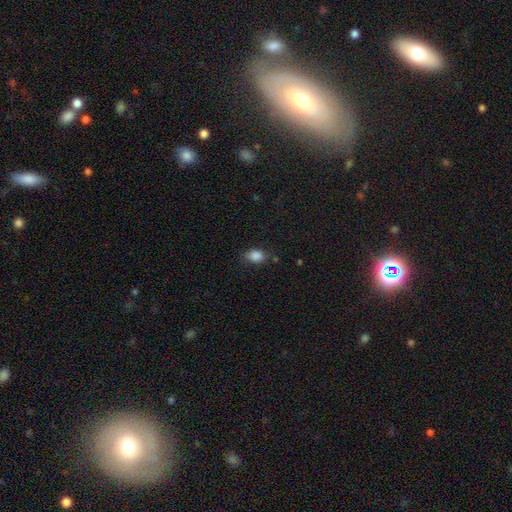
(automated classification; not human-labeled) This is clearly a smooth galaxy (86%). How rounded: likely in between (71%). Merging: likely none (73%).